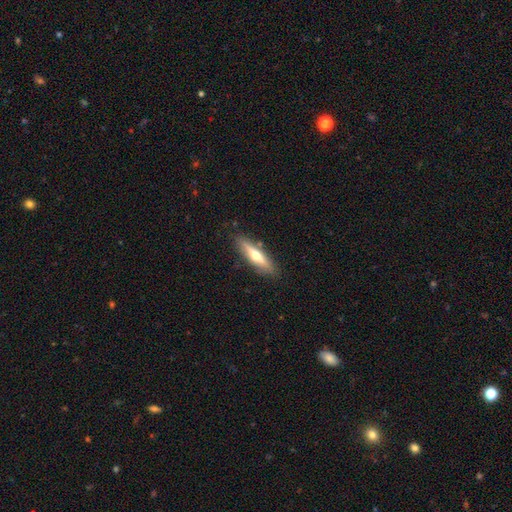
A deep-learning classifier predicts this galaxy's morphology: type=featured or disk (49%); merging=none (84%).